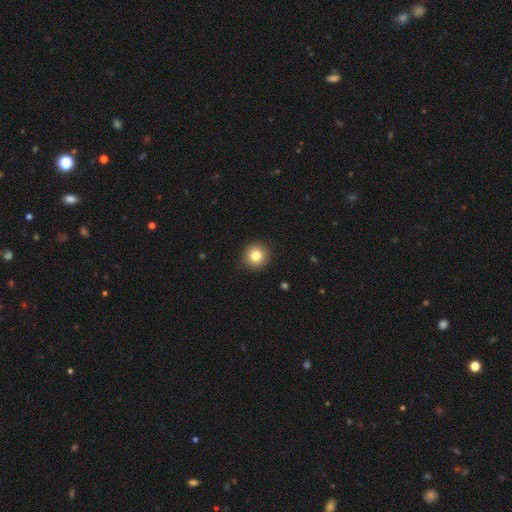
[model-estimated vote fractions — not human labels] Smooth or featured: smooth — 81% (star or artifact — 11%)
How rounded: round — 94% (in between — 5%)
Merging: none — 91% (minor disturbance — 6%)